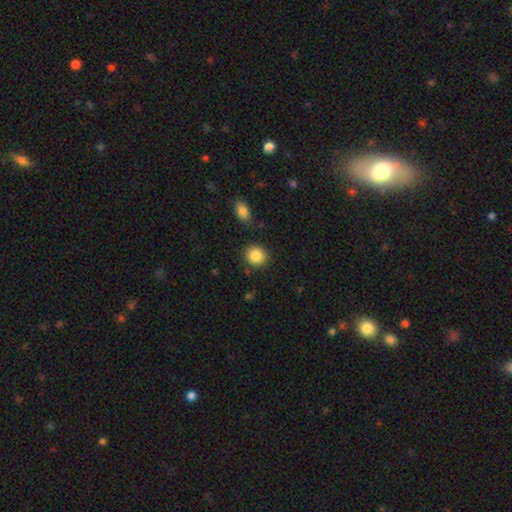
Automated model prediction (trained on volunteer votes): smooth 87%, star or artifact 8%, featured or disk 5%. Down the decision tree: how rounded — round (87%); merging — none (86%).